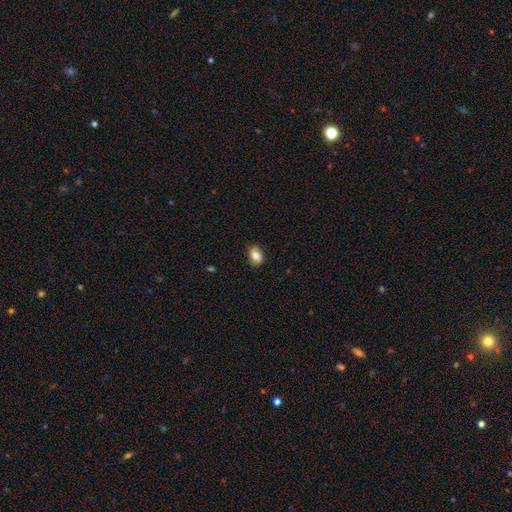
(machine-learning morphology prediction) smooth 82%, featured or disk 10%, star or artifact 9%. Down the decision tree: how rounded — in between (80%); merging — none (76%).